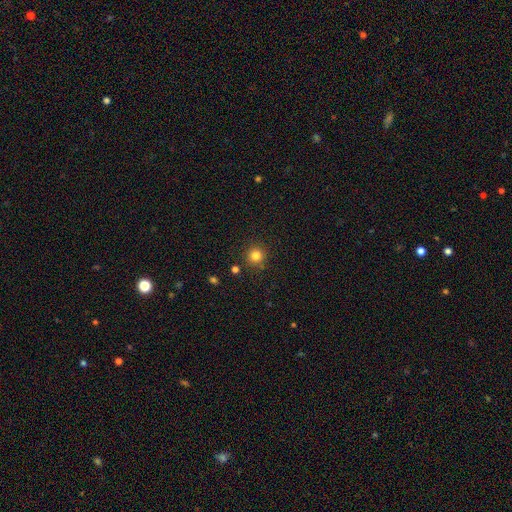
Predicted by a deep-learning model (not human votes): A smooth galaxy with no disk features (82%) that is round (94%). Merging: none (88%).